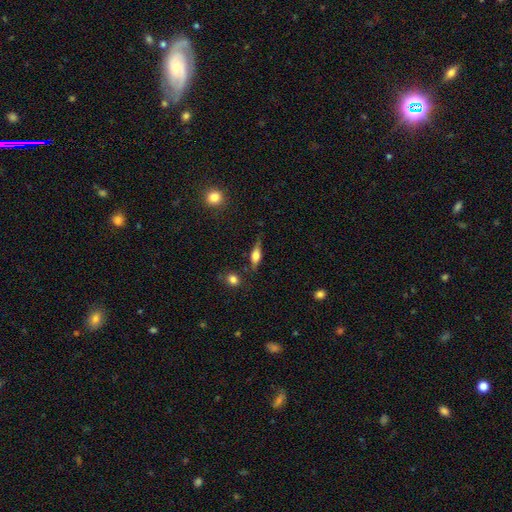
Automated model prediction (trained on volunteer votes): Smooth or featured? smooth (52%)
How rounded? in between (54%)
Merging? none (69%)